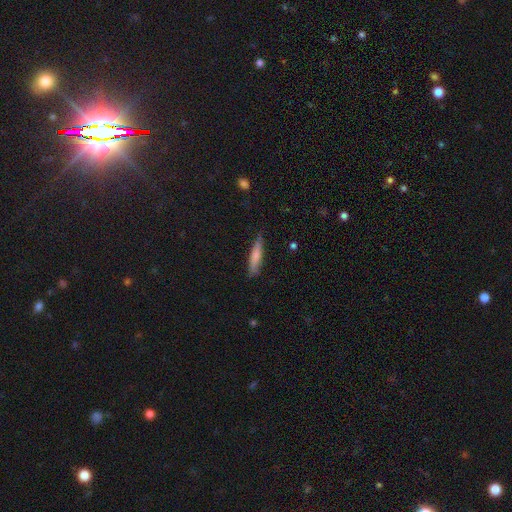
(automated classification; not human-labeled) Smooth or featured? smooth (69%)
How rounded? cigar-shaped (86%)
Merging? none (77%)